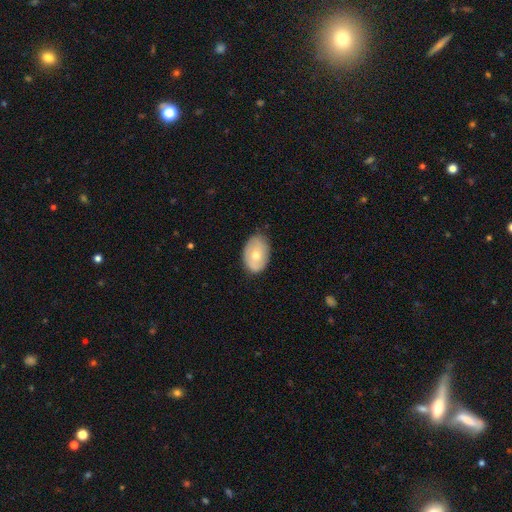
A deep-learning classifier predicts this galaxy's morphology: Smooth or featured: smooth — 64% (featured or disk — 30%)
How rounded: in between — 85% (round — 14%)
Merging: none — 77% (minor disturbance — 18%)